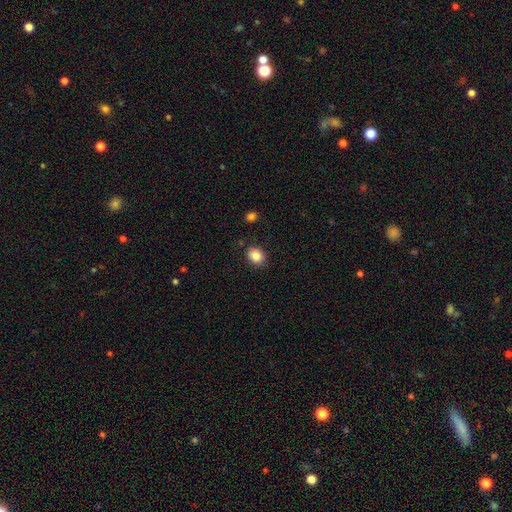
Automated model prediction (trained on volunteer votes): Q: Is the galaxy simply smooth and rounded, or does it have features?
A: smooth — 86%.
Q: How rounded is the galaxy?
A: in between — 50%.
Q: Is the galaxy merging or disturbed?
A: none — 83%.